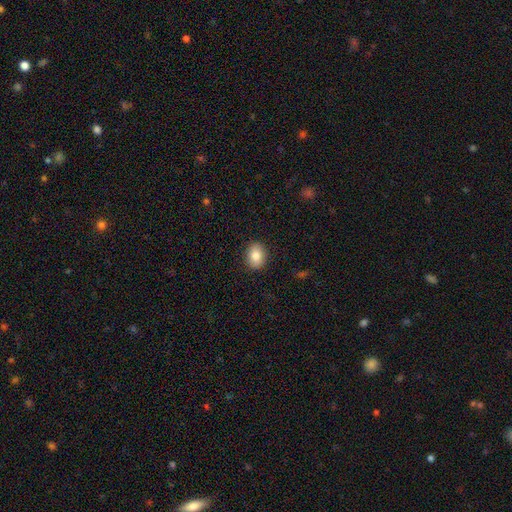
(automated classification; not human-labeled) Morphology: type=smooth (85%); roundness=in between (63%); merging=none (90%).